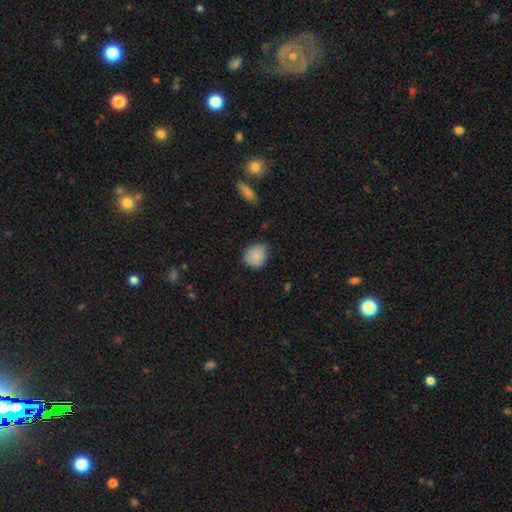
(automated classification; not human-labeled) smooth 84%, featured or disk 8%, star or artifact 8%. Down the decision tree: how rounded — round (74%); merging — none (60%).